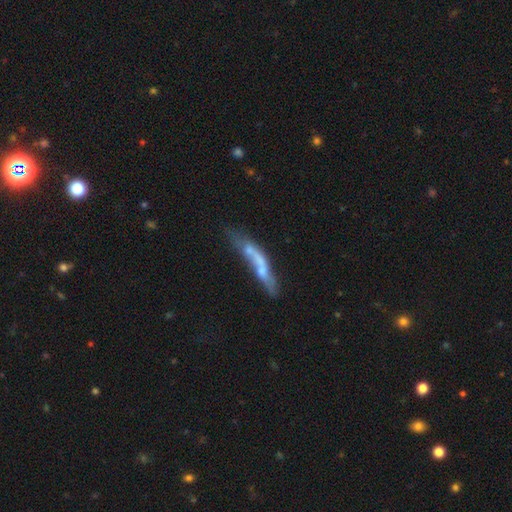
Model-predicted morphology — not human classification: smooth_or_featured: featured or disk (p=0.48) [alt: smooth p=0.44]
merging: none (p=0.30) [alt: merger p=0.29]